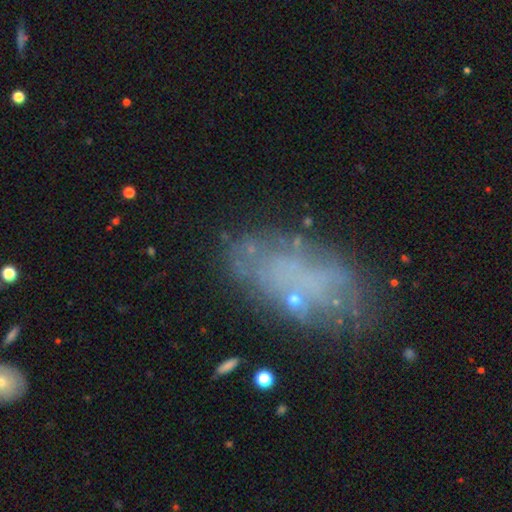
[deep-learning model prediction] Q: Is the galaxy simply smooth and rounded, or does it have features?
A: featured or disk — 43%.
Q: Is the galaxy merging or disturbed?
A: none — 63%.